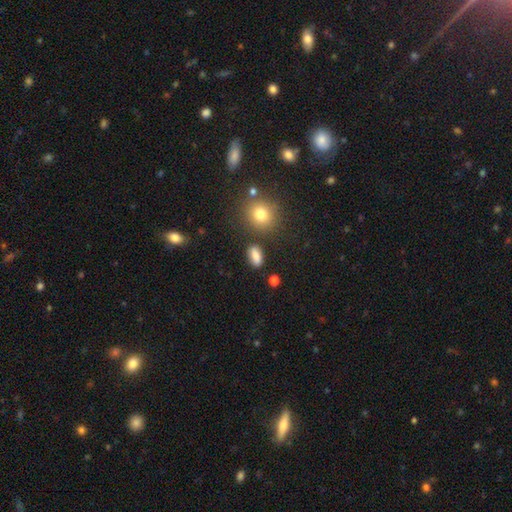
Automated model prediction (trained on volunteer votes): This appears to be a smooth galaxy with no disk features (83%) that is in between round and cigar-shaped (80%). Merging: none (80%).